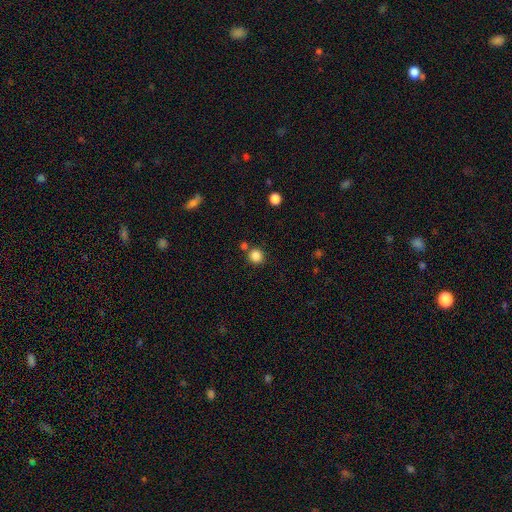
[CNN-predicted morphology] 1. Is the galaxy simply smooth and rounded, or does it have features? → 85% smooth, 11% star or artifact, 4% featured or disk.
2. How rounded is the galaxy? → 90% round, 9% in between, 1% cigar-shaped.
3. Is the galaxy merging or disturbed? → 75% none, 13% merger, 9% minor disturbance, 3% major disturbance.